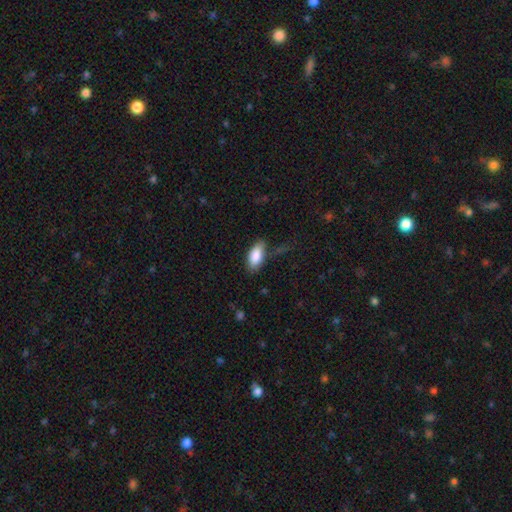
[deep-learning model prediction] Smooth or featured? smooth (85%)
How rounded? in between (89%)
Merging? none (67%)